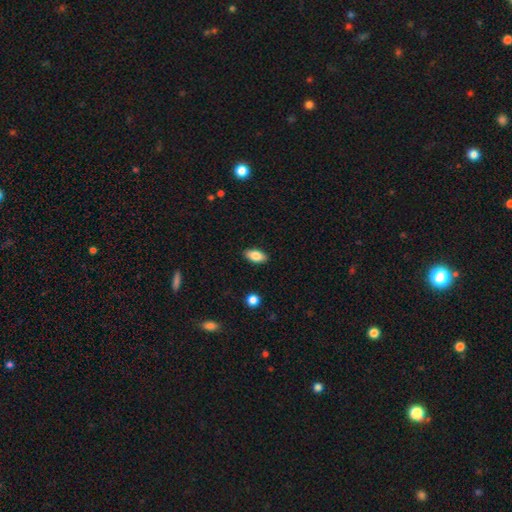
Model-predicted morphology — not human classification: smooth 82%, featured or disk 11%, star or artifact 7%. Down the decision tree: how rounded — in between (90%); merging — none (89%).